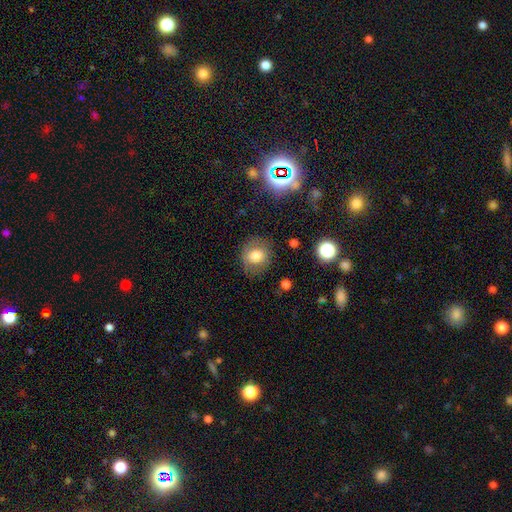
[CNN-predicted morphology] Smooth or featured? Predicted: smooth (p=0.74). How rounded? Predicted: round (p=0.72). Merging? Predicted: none (p=0.75).